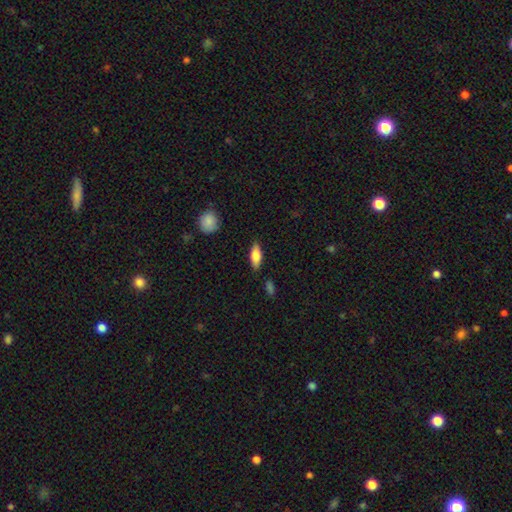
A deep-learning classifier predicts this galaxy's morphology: smooth 73%, featured or disk 20%, star or artifact 6%. Down the decision tree: how rounded — in between (71%); merging — none (85%).